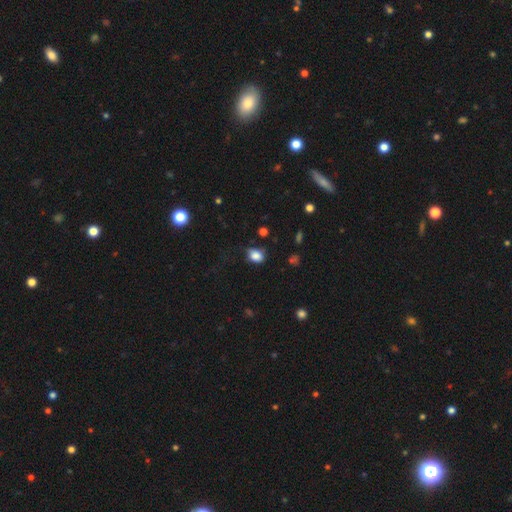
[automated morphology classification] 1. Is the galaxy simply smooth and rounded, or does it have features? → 83% smooth, 10% star or artifact, 6% featured or disk.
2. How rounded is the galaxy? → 58% in between, 40% round, 1% cigar-shaped.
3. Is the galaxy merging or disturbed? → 59% none, 29% minor disturbance, 9% major disturbance, 2% merger.